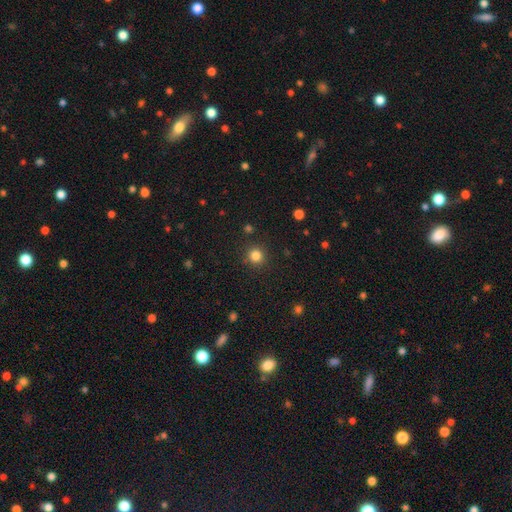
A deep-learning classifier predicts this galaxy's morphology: smooth 83%, star or artifact 13%, featured or disk 4%. Down the decision tree: how rounded — round (93%); merging — none (89%).